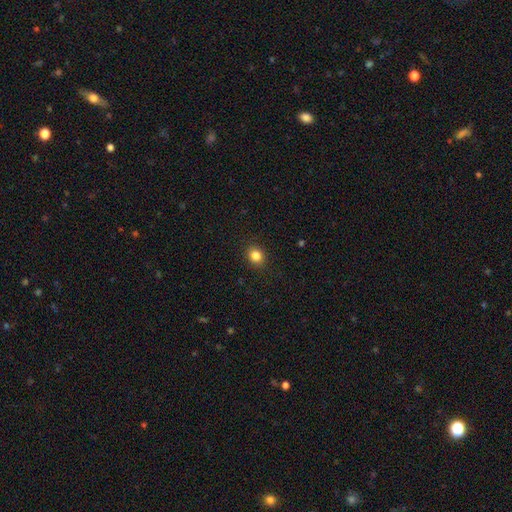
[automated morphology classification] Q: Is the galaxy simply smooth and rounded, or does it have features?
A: smooth — 84%.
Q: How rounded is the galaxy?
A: round — 69%.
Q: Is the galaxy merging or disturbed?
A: none — 90%.